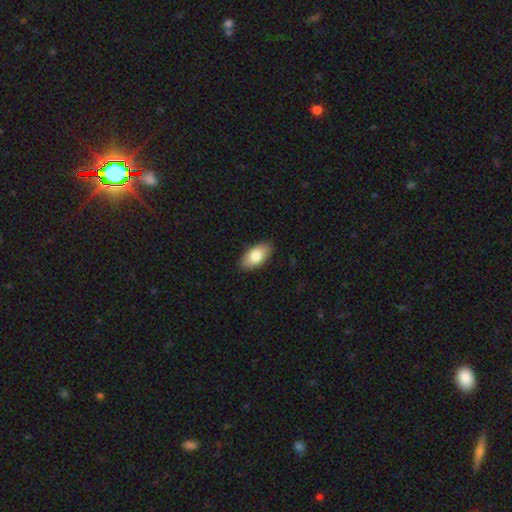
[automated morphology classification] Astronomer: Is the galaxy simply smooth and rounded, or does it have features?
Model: smooth — 81%.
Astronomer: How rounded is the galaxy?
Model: in between — 93%.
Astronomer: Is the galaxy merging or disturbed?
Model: none — 88%.